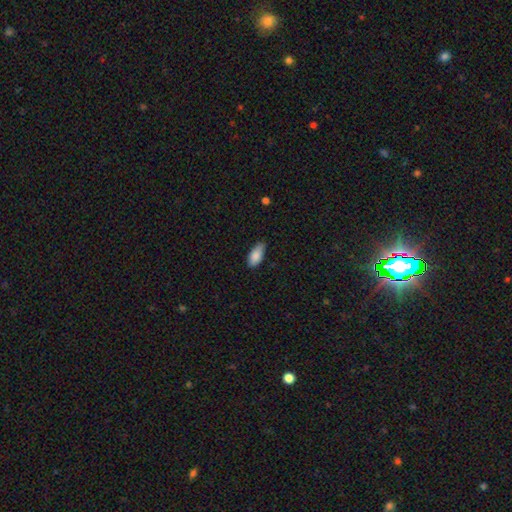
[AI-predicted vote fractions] A smooth galaxy with no disk features (87%) that is in between round and cigar-shaped (89%). Merging: none (69%).